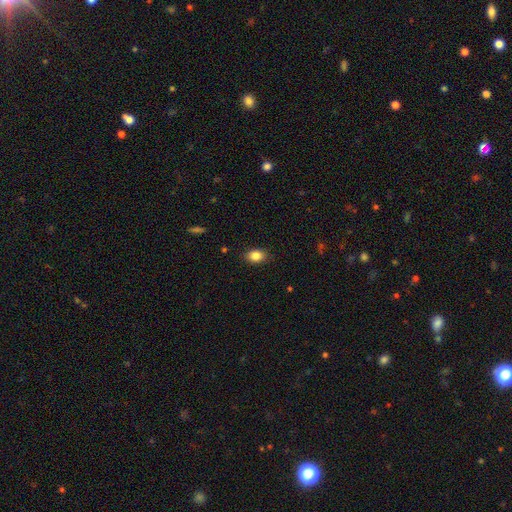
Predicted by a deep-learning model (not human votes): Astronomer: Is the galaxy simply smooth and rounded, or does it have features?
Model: smooth — 86%.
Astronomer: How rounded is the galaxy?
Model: in between — 77%.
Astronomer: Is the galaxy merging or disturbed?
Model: none — 86%.